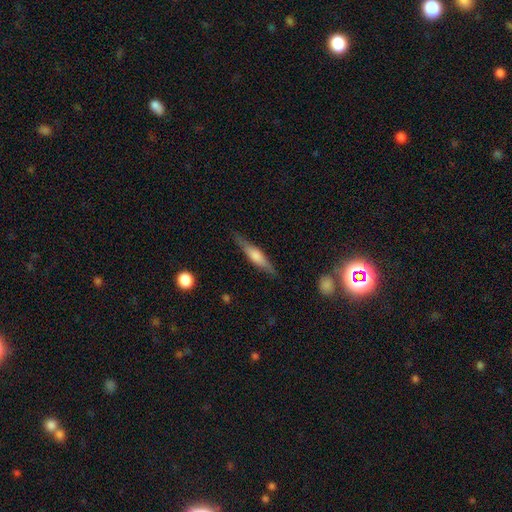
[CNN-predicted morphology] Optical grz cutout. It shows a featured or disk galaxy (61%) viewed edge-on (96%) with a rounded central bulge (72%). Merging: none (86%).